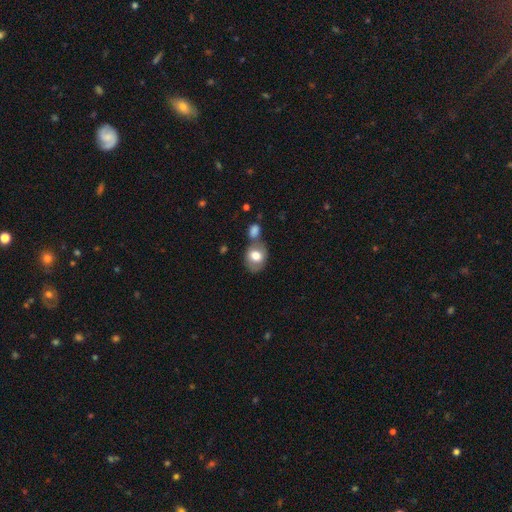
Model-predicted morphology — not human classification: The model was most divided on "how rounded": round: 52%, in between: 47%, cigar-shaped: 1%. Remaining: smooth or featured — smooth (74%); merging — none (49%).